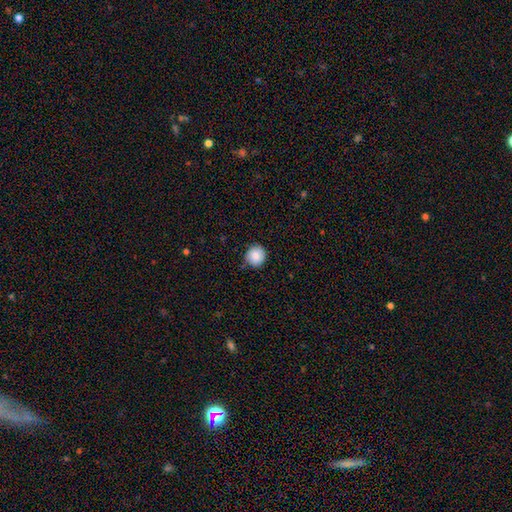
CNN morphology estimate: A smooth galaxy with no disk features (86%) that is round (92%). Merging: none (86%).